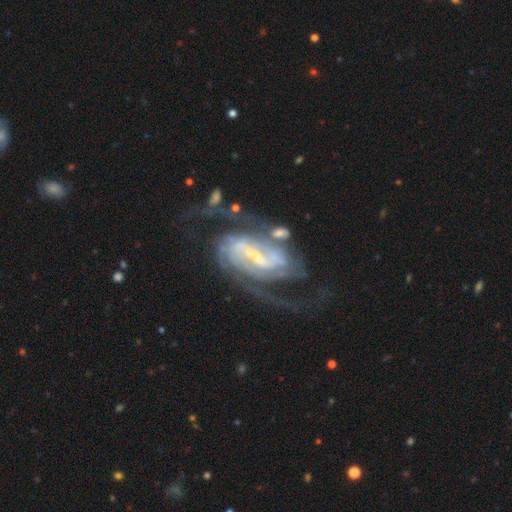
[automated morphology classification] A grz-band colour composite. It shows a featured or disk galaxy (91%) with a strong bar (55%), 2 (65%) medium (46%) spiral arms (97%) and a small central bulge (60%). Merging: none (58%).